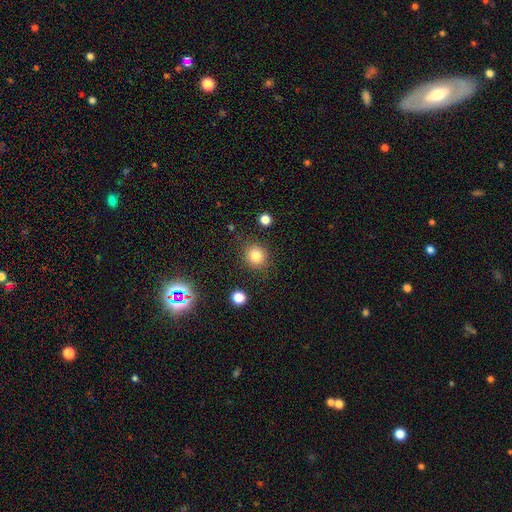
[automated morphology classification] smooth_or_featured: smooth (p=0.80) [alt: star or artifact p=0.12]
how_rounded: round (p=0.86) [alt: in between p=0.13]
merging: none (p=0.85) [alt: minor disturbance p=0.09]